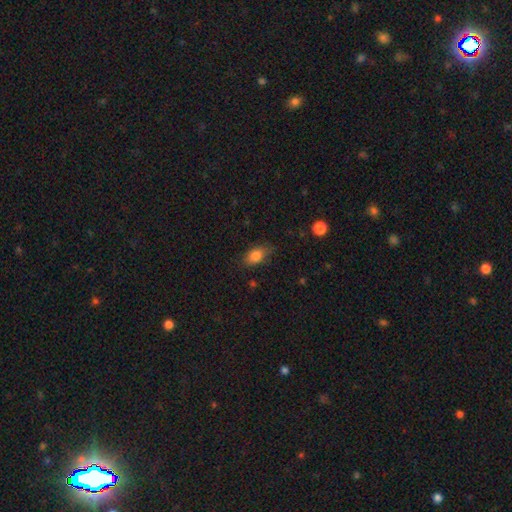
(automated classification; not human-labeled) Overall: smooth (84%). How rounded: in between (86%). Merging: none (72%).